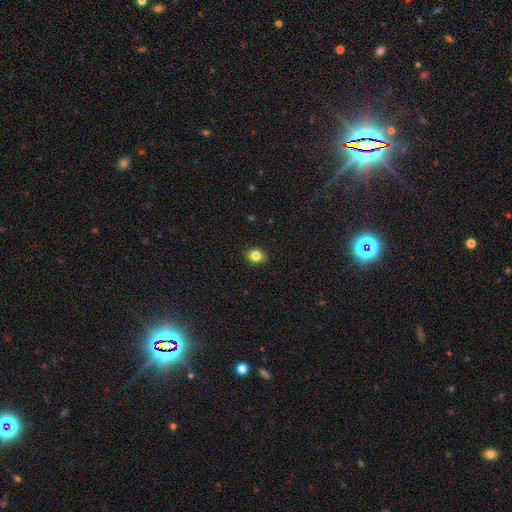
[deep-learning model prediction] Smooth or featured? smooth (83%)
How rounded? in between (52%)
Merging? none (89%)